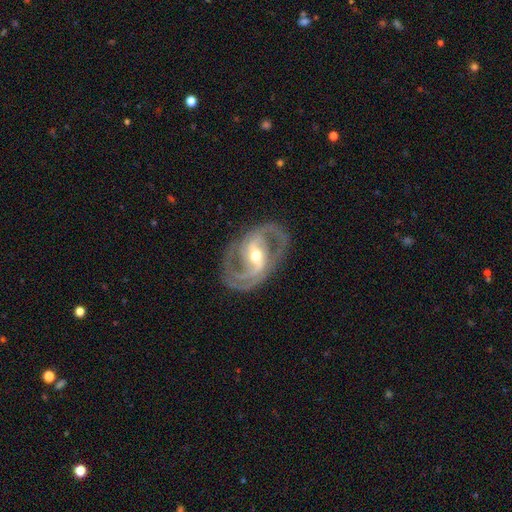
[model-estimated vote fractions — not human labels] Q: Smooth or featured?
A: featured or disk (91%); runner-up: star or artifact (5%)
Q: Edge-on disk?
A: no (96%); runner-up: yes (4%)
Q: Bar?
A: strong (51%); runner-up: weak (36%)
Q: Spiral arms?
A: yes (97%); runner-up: no (3%)
Q: Spiral winding?
A: medium (55%); runner-up: tight (28%)
Q: Spiral arm count?
A: 2 (82%); runner-up: 3 (8%)
Q: Bulge size?
A: moderate (62%); runner-up: small (33%)
Q: Merging?
A: none (79%); runner-up: minor disturbance (13%)